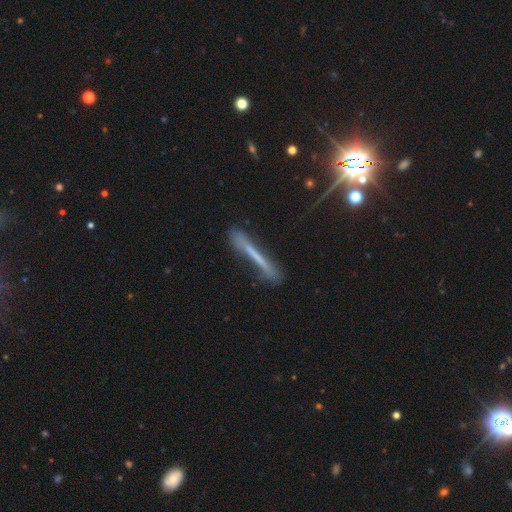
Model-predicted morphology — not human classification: The model was most divided on "smooth or featured": featured or disk: 44%, smooth: 40%, star or artifact: 16%. More confident: merging — none (63%).